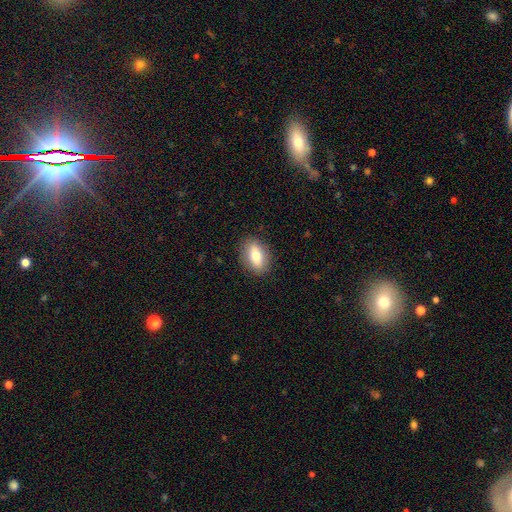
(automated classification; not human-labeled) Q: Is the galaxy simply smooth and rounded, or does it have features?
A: smooth — 75%.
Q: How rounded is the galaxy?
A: in between — 84%.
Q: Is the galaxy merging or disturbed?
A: none — 87%.